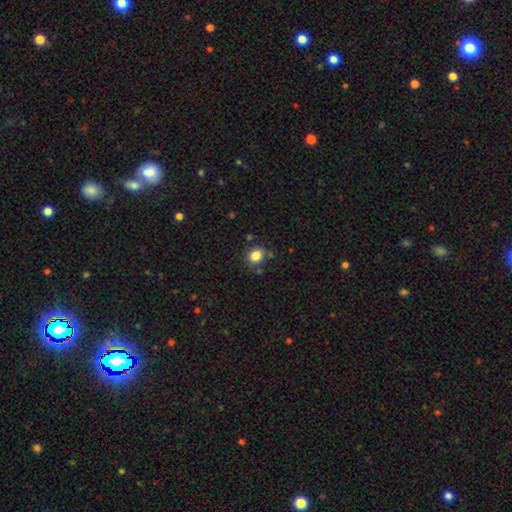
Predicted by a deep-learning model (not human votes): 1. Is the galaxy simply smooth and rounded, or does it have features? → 83% smooth, 11% star or artifact, 6% featured or disk.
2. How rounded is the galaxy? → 58% round, 41% in between, 1% cigar-shaped.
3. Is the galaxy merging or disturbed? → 77% none, 14% minor disturbance, 4% merger, 4% major disturbance.